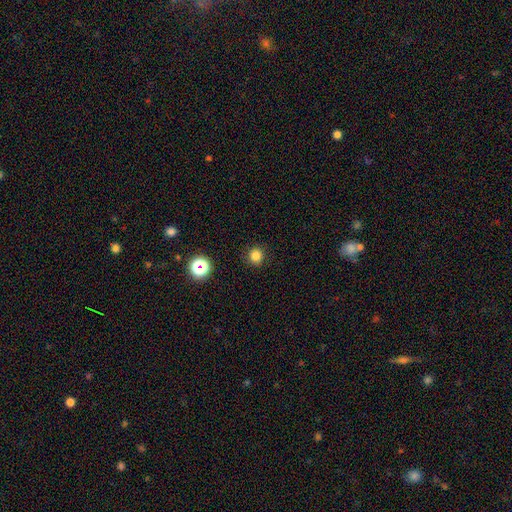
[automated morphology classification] Smooth or featured? Predicted: smooth (p=0.81). How rounded? Predicted: round (p=0.93). Merging? Predicted: none (p=0.90).